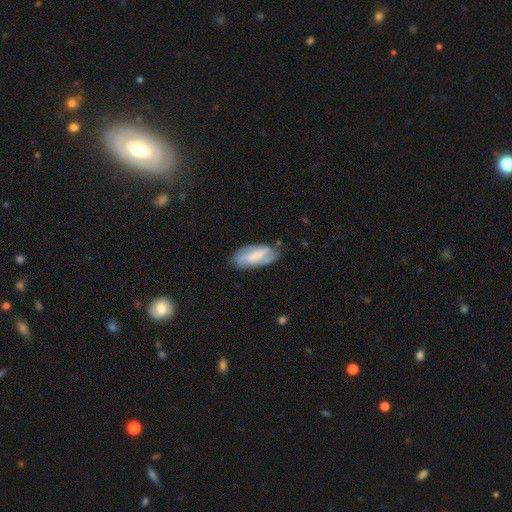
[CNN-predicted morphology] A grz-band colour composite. It shows a featured or disk galaxy (52%). Merging: none (67%).